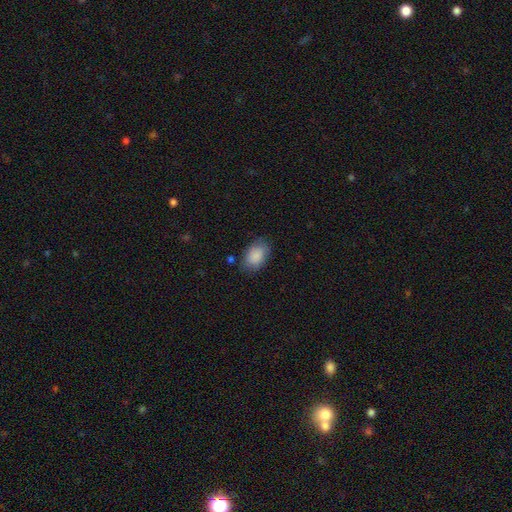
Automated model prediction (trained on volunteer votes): Smooth or featured? Predicted: smooth (p=0.88). How rounded? Predicted: in between (p=0.88). Merging? Predicted: none (p=0.77).